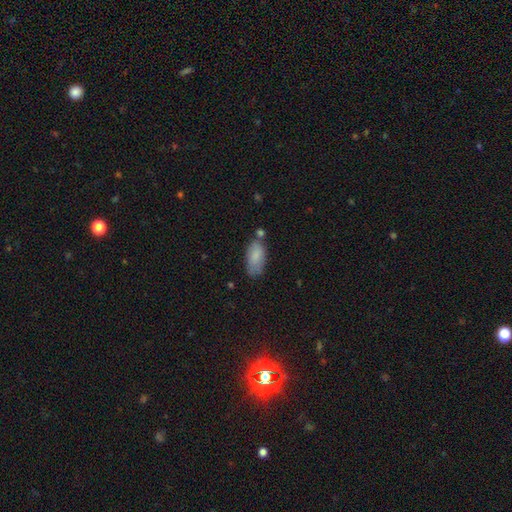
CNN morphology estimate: Smooth or featured: smooth — 82% (featured or disk — 11%)
How rounded: in between — 91% (cigar-shaped — 7%)
Merging: none — 58% (minor disturbance — 25%)